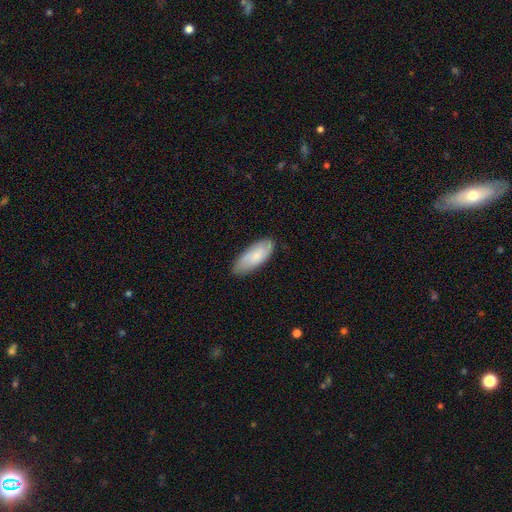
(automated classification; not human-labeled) Q: Smooth or featured?
A: smooth (73%); runner-up: featured or disk (21%)
Q: How rounded?
A: in between (78%); runner-up: cigar-shaped (21%)
Q: Merging?
A: none (79%); runner-up: minor disturbance (17%)